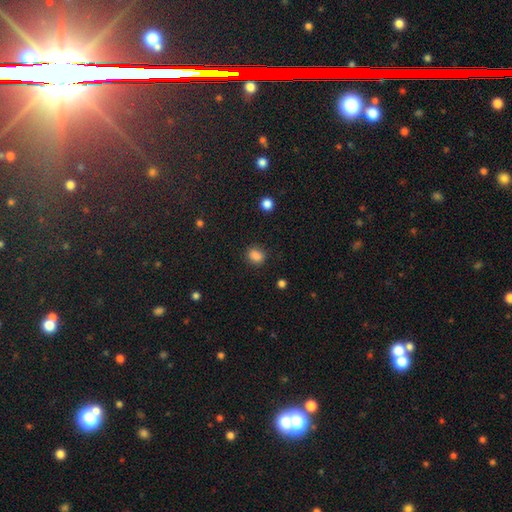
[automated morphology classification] This appears to be a smooth galaxy with no disk features (86%) that is in between round and cigar-shaped (55%). Merging: none (84%).